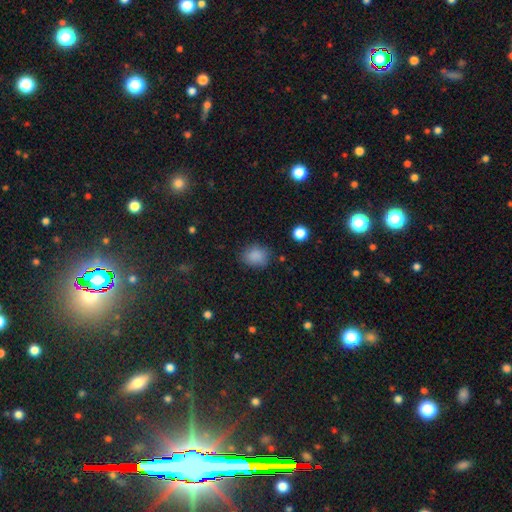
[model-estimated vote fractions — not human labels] Smooth or featured? Predicted: smooth (p=0.85). How rounded? Predicted: round (p=0.54). Merging? Predicted: none (p=0.79).